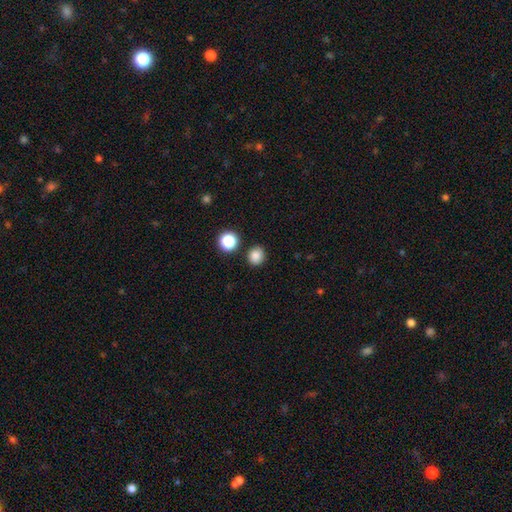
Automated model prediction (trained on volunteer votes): Morphology: type=smooth (84%); roundness=round (83%); merging=none (87%).